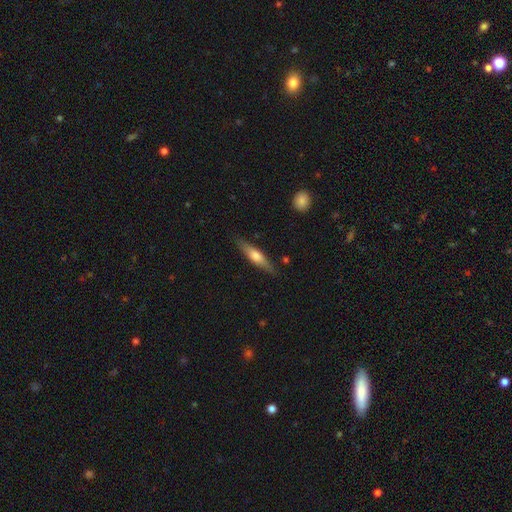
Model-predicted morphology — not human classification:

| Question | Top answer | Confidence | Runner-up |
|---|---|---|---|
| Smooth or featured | featured or disk | 48% | smooth (46%) |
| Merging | none | 85% | minor disturbance (11%) |